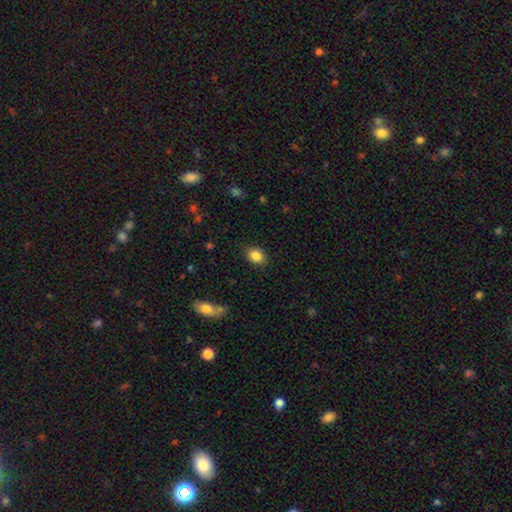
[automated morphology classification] This is clearly a smooth galaxy (86%). How rounded: likely in between (67%). Merging: clearly none (84%).